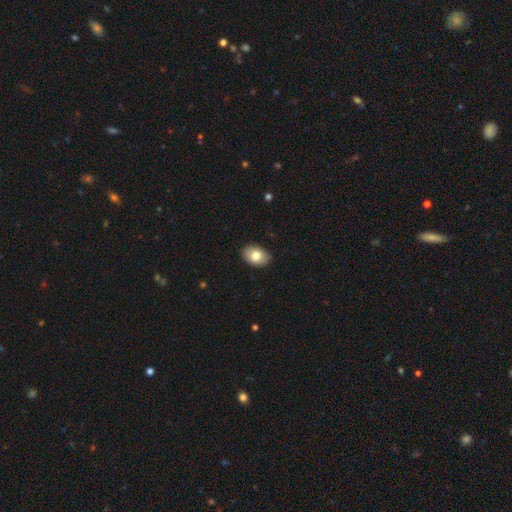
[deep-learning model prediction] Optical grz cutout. It shows a smooth galaxy with no disk features (79%) that is in between round and cigar-shaped (83%). Merging: none (86%).